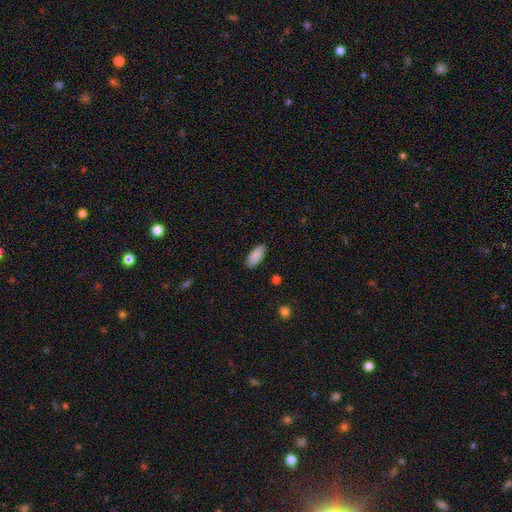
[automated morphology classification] Smooth or featured? smooth (89%)
How rounded? in between (88%)
Merging? none (87%)